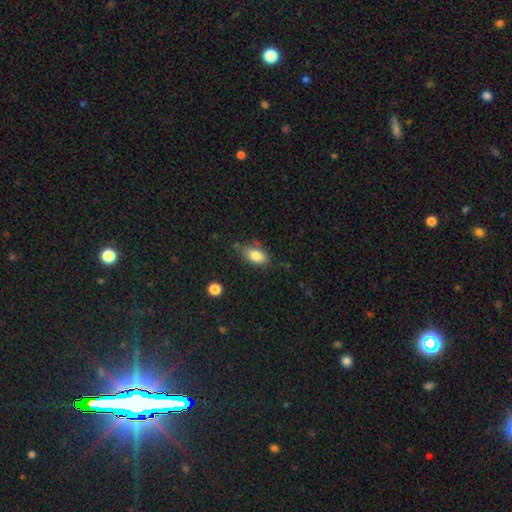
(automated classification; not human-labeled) A smooth galaxy with no disk features (82%) that is in between round and cigar-shaped (89%).

Vote fractions:
- Smooth or featured? smooth: 82% / featured or disk: 10% / star or artifact: 8%
- How rounded? in between: 89% / round: 7% / cigar-shaped: 4%
- Merging? none: 71% / minor disturbance: 21% / major disturbance: 5% / merger: 4%